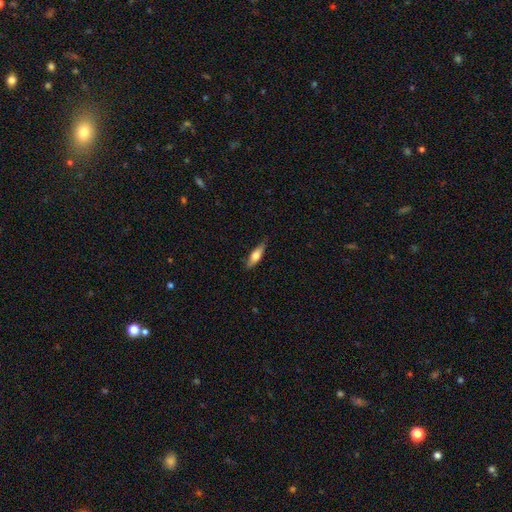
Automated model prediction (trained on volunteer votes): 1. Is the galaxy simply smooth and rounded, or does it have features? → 62% smooth, 32% featured or disk, 6% star or artifact.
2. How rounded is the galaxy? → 52% cigar-shaped, 45% in between, 2% round.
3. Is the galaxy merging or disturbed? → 76% none, 19% minor disturbance, 3% major disturbance, 1% merger.